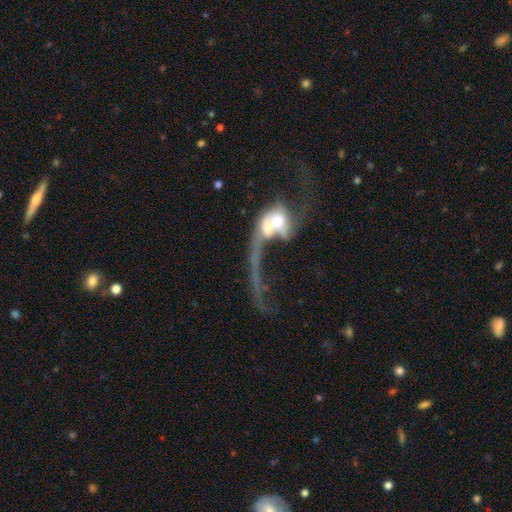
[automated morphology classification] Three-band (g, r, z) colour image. It shows a featured or disk galaxy (73%) with no bar (63%), 2 (56%) loose (89%) spiral arms (76%) and a moderate central bulge (47%). Merging: merger (57%).